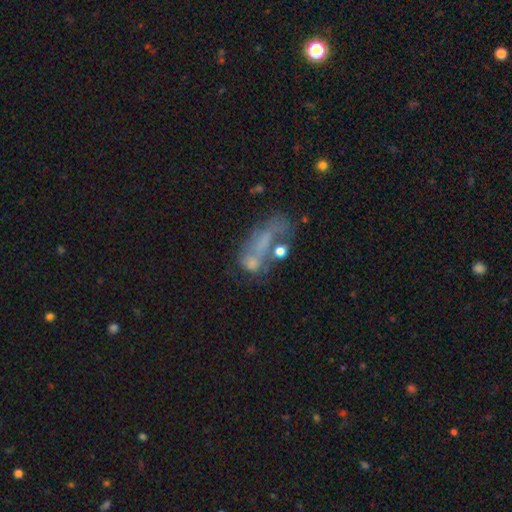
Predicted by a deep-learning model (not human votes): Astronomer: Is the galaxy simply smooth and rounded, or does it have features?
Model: featured or disk — 43% (runner-up: smooth, 39%).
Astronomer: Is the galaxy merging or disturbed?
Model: major disturbance — 28%, tied with none at 28%.